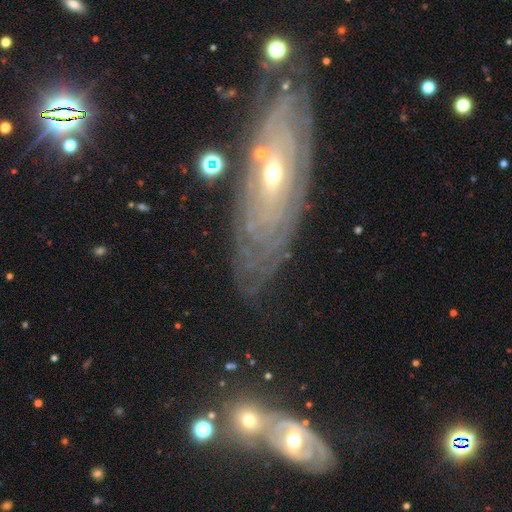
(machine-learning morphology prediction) Overall: featured or disk (76%). Edge-on disk: no (78%). Bar: no (68%). Spiral arms: yes (78%). Bulge size: small (57%; moderate 38%). Merging: none (75%).